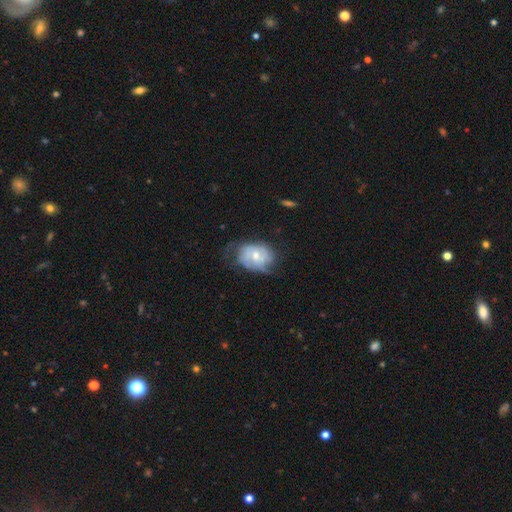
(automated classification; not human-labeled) featured or disk 70%, smooth 24%, star or artifact 6%. Down the decision tree: edge-on disk — no (97%); bar — no (61%); spiral arms — yes (86%); spiral arm count — can't tell (36%); spiral winding — tight (50%); bulge size — moderate (57%); merging — none (51%).